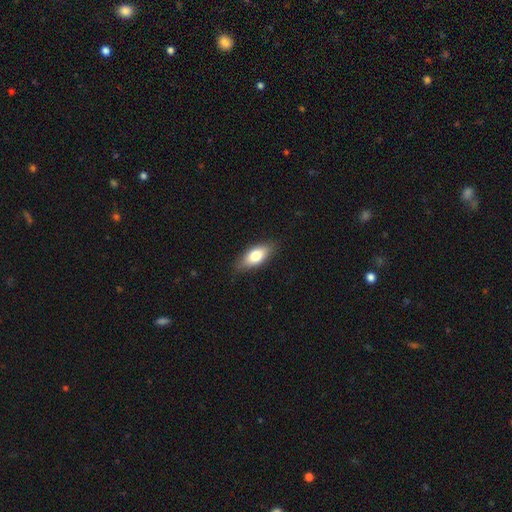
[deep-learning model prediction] Smooth or featured: smooth — 73% (featured or disk — 20%)
How rounded: in between — 82% (cigar-shaped — 14%)
Merging: none — 85% (minor disturbance — 12%)